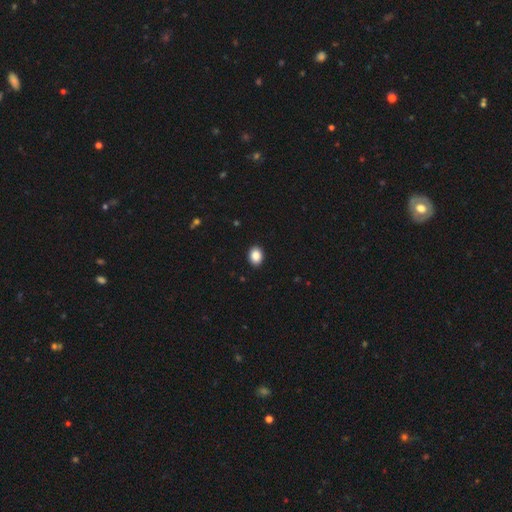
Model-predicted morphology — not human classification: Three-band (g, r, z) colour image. It shows a smooth galaxy with no disk features (88%) that is in between round and cigar-shaped (66%). Merging: none (92%).